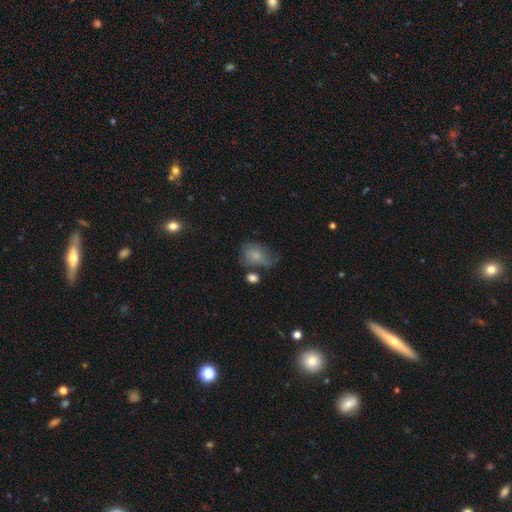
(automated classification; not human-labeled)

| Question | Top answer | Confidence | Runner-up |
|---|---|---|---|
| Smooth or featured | smooth | 68% | featured or disk (22%) |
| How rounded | in between | 70% | round (29%) |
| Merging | none | 36% | minor disturbance (32%) |